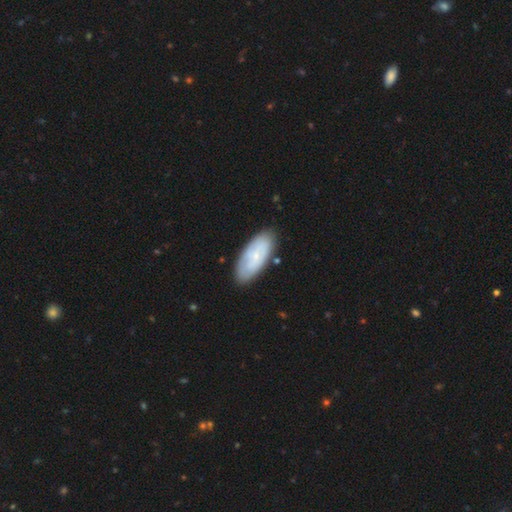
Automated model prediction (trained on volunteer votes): smooth-or-featured: smooth: 54% | featured or disk: 40% | star or artifact: 6%
  how-rounded: in between: 85% | cigar-shaped: 13% | round: 2%
  merging: none: 82% | minor disturbance: 13% | major disturbance: 3% | merger: 2%